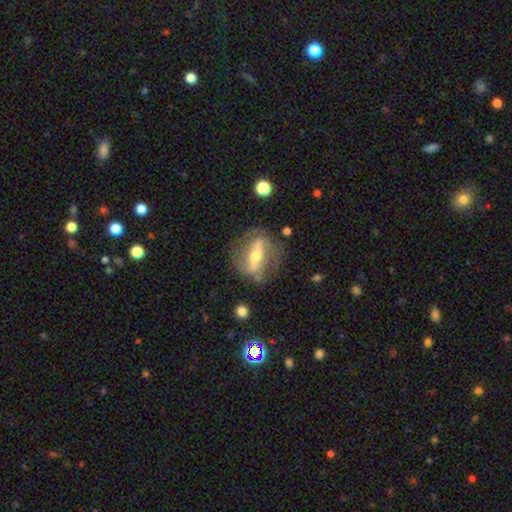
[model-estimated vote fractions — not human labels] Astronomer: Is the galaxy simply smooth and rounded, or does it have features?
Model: featured or disk — 75%.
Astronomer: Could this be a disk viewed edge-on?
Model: no — 71%.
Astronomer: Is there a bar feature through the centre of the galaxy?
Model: strong — 73%.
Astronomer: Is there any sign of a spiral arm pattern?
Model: yes — 56% (runner-up: no, 44%).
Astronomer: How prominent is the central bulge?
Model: moderate — 58%.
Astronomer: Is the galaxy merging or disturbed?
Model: none — 69%.